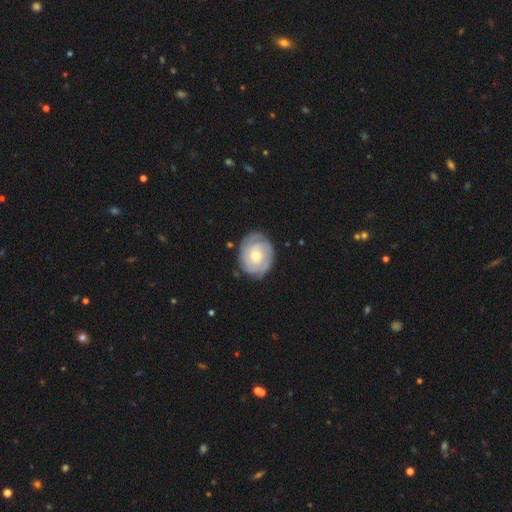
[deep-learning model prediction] smooth-or-featured: featured or disk: 75% | smooth: 19% | star or artifact: 6%
  disk-edge-on: no: 97% | yes: 3%
    bar: no: 76% | weak: 21% | strong: 4%
    has-spiral-arms: yes: 92% | no: 8%
      spiral-winding: tight: 72% | medium: 22% | loose: 6%
      spiral-arm-count: can't tell: 32% | 2: 25% | 3: 24% | 4: 8% | 1: 5% | more than 4: 5%
    bulge-size: moderate: 65% | small: 29% | large: 4% | none: 1% | dominant: 1%
  merging: none: 79% | minor disturbance: 16% | major disturbance: 4% | merger: 1%